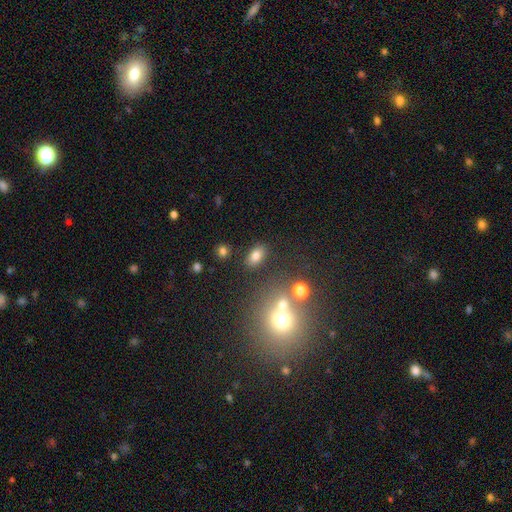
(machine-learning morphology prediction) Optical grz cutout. It shows a smooth galaxy with no disk features (78%) that is in between round and cigar-shaped (87%). Merging: none (81%).